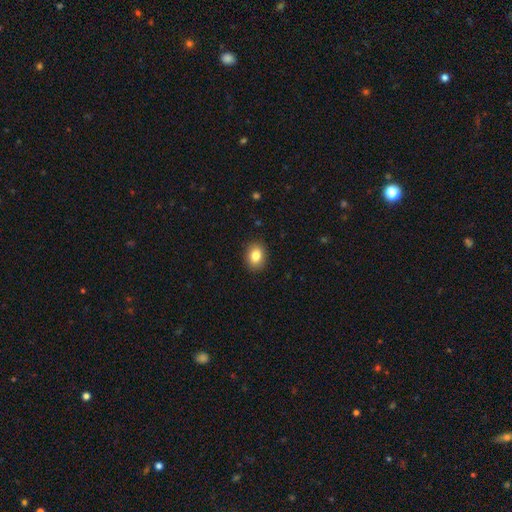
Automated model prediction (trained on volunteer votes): This appears to be a smooth galaxy with no disk features (83%) that is in between round and cigar-shaped (57%). Merging: none (90%).